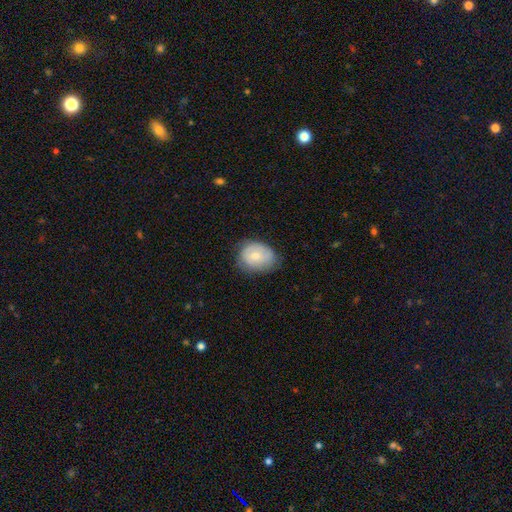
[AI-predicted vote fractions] Smooth or featured?
  - smooth: 68% *
  - featured or disk: 25%
  - star or artifact: 7%
How rounded?
  - in between: 56% *
  - round: 43%
  - cigar-shaped: 1%
Merging?
  - none: 64% *
  - minor disturbance: 28%
  - major disturbance: 7%
  - merger: 1%